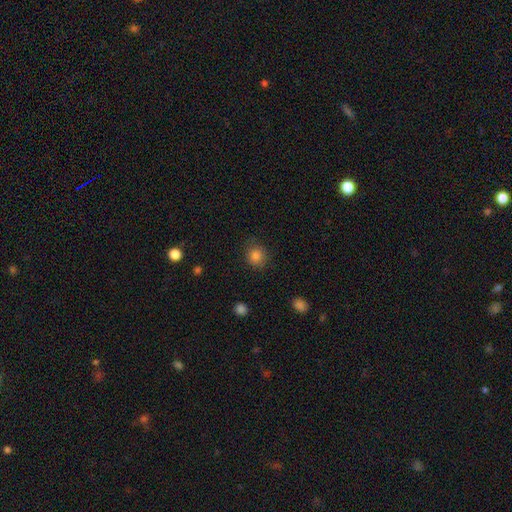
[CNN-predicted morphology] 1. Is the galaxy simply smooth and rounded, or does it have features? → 84% smooth, 11% star or artifact, 5% featured or disk.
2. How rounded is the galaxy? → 87% round, 12% in between, 1% cigar-shaped.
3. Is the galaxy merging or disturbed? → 85% none, 11% minor disturbance, 3% major disturbance, 1% merger.